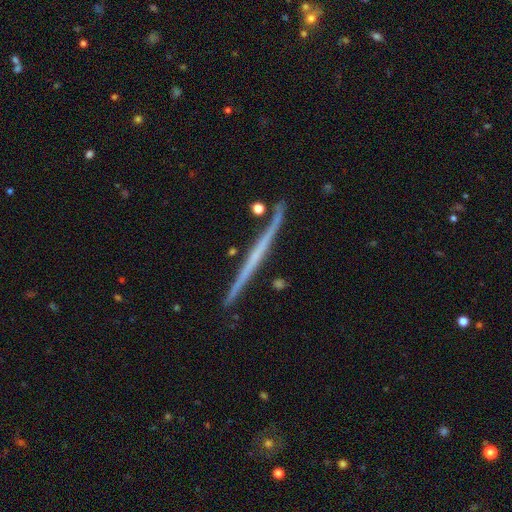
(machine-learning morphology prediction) Smooth or featured: featured or disk — 67% (smooth — 27%)
Edge-on disk: yes — 98% (no — 2%)
Edge-on bulge: none — 86% (rounded — 10%)
Merging: none — 89% (minor disturbance — 7%)